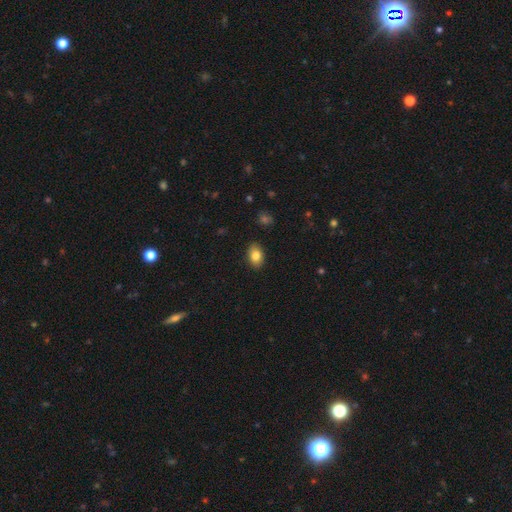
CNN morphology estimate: Overall: smooth (83%). How rounded: in between (84%). Merging: none (88%).